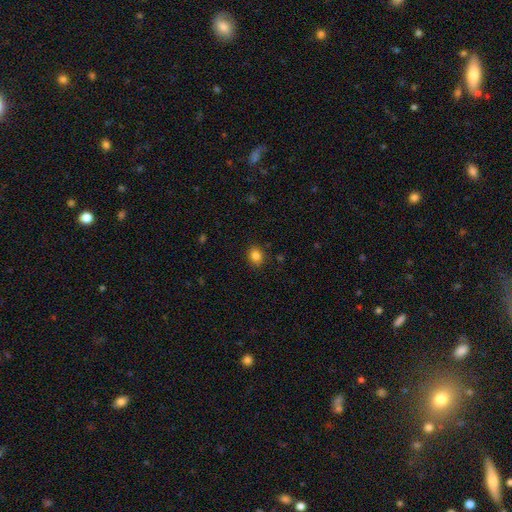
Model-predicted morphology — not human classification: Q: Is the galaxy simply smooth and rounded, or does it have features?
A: smooth — 84%.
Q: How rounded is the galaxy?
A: round — 64%.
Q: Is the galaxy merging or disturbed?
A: none — 87%.